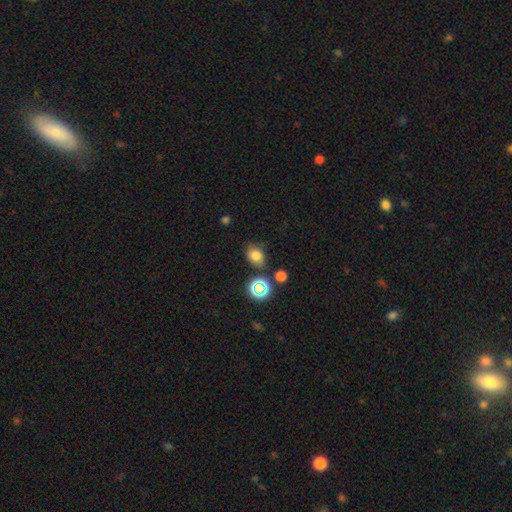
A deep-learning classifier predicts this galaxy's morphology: Overall: smooth (74%). How rounded: in between (53%; round 46%). Merging: none (73%).